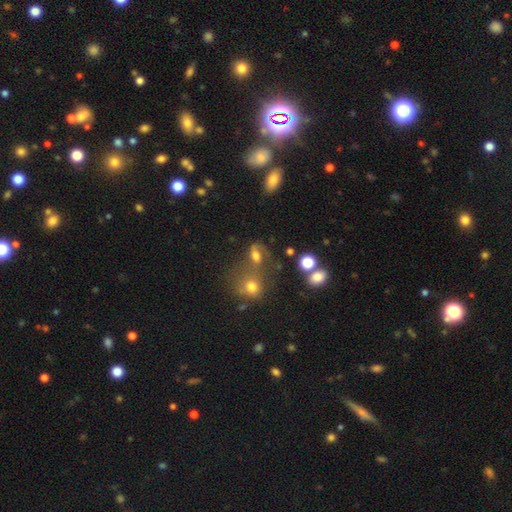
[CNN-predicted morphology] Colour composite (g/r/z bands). It shows a smooth galaxy with no disk features (62%) that is in between round and cigar-shaped (65%). Merging: merger (34%).